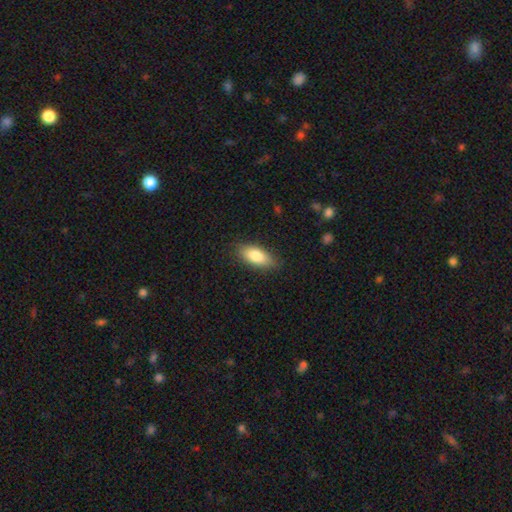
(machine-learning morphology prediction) A smooth galaxy with no disk features (82%) that is in between round and cigar-shaped (82%).

Vote fractions:
- Smooth or featured? smooth: 82% / featured or disk: 12% / star or artifact: 6%
- How rounded? in between: 82% / cigar-shaped: 15% / round: 3%
- Merging? none: 83% / minor disturbance: 13% / major disturbance: 3% / merger: 1%